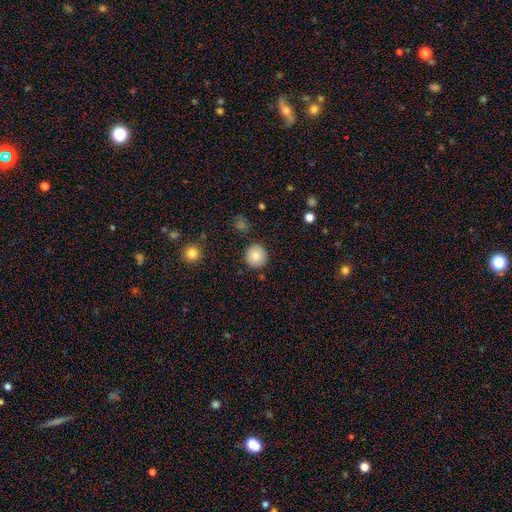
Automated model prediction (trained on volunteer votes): smooth_or_featured: smooth (p=0.84) [alt: star or artifact p=0.09]
how_rounded: round (p=0.93) [alt: in between p=0.06]
merging: none (p=0.90) [alt: minor disturbance p=0.06]